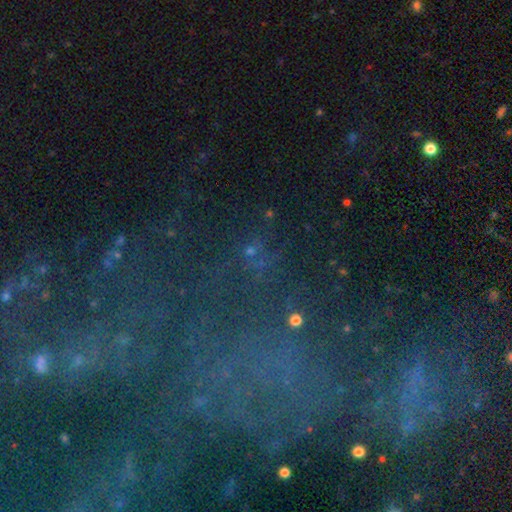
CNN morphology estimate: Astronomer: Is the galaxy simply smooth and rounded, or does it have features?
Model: star or artifact — 54%.